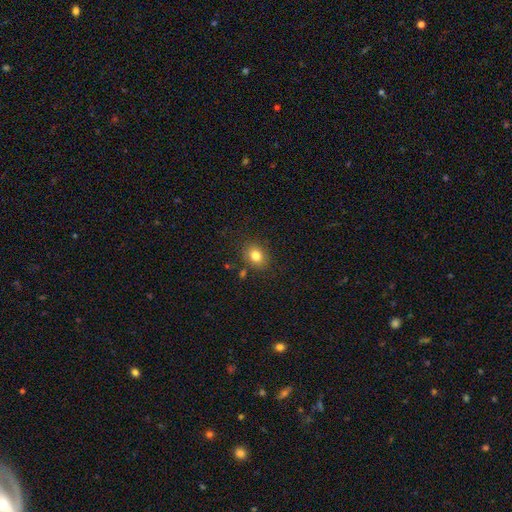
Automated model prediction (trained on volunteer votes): smooth 81%, star or artifact 11%, featured or disk 8%. Down the decision tree: how rounded — in between (53%); merging — none (82%).